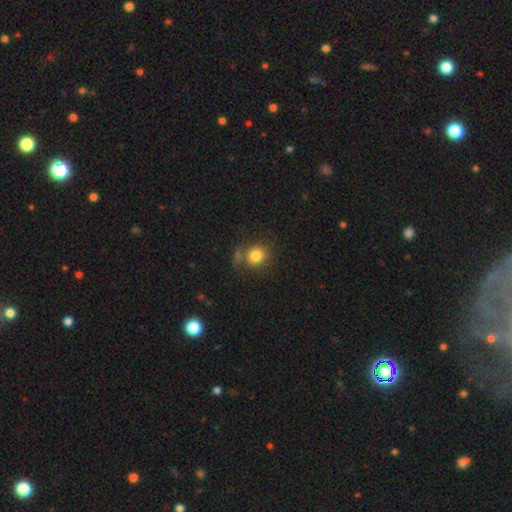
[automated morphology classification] This is clearly a smooth galaxy (82%). How rounded: likely round (79%). Merging: likely none (65%).